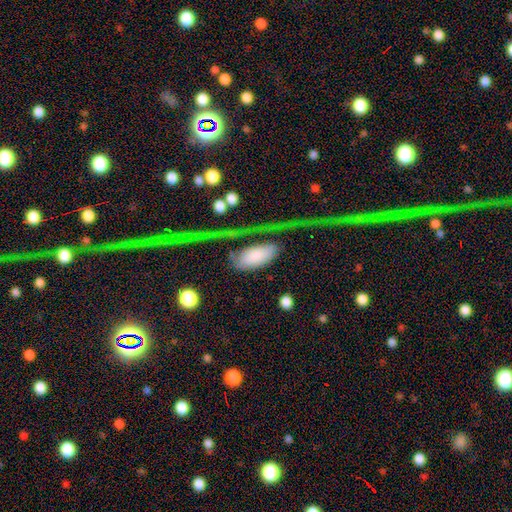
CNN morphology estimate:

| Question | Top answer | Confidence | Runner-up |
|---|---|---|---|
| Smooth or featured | smooth | 75% | featured or disk (18%) |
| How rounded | in between | 91% | cigar-shaped (6%) |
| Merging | none | 40% | major disturbance (34%) |